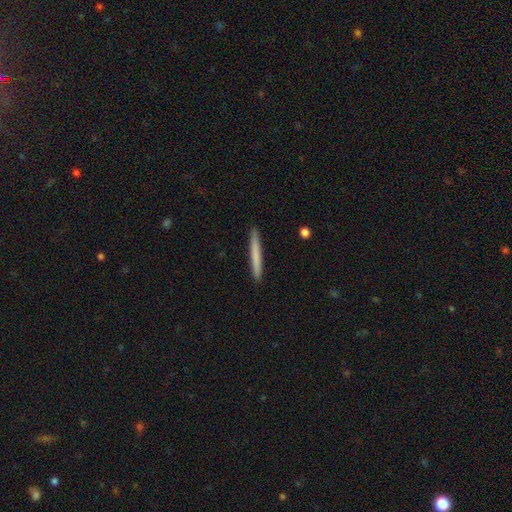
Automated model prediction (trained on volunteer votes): Smooth or featured? Predicted: smooth (p=0.70). How rounded? Predicted: cigar-shaped (p=0.97). Merging? Predicted: none (p=0.92).